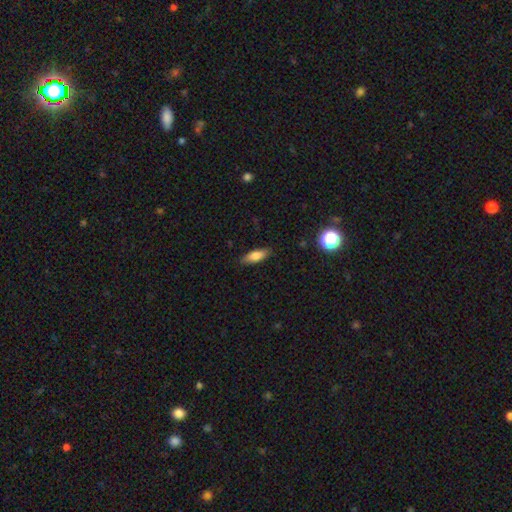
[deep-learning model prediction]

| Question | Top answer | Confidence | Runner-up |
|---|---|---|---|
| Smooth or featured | smooth | 75% | featured or disk (17%) |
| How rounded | in between | 63% | cigar-shaped (35%) |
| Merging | none | 86% | minor disturbance (11%) |